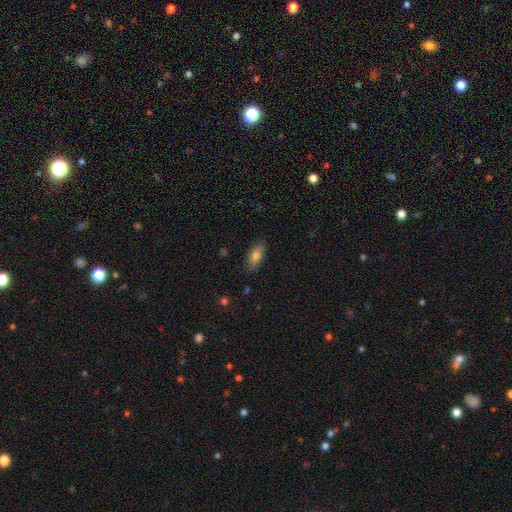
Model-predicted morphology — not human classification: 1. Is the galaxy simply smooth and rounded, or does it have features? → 81% smooth, 12% featured or disk, 7% star or artifact.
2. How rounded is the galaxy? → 88% in between, 9% cigar-shaped, 3% round.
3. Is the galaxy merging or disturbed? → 85% none, 12% minor disturbance, 2% major disturbance, 1% merger.